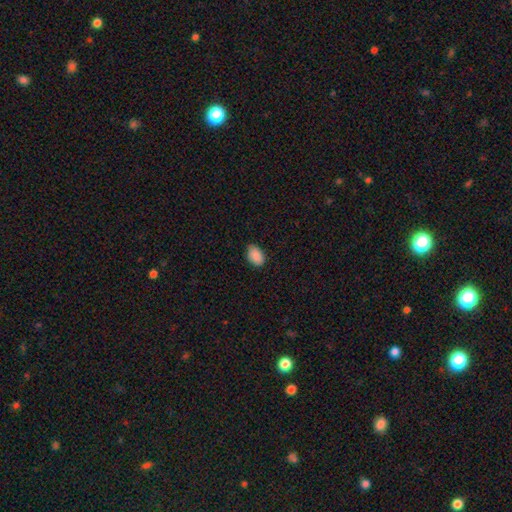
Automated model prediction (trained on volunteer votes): smooth-or-featured: smooth: 89% | star or artifact: 7% | featured or disk: 4%
  how-rounded: in between: 86% | round: 13% | cigar-shaped: 1%
  merging: none: 79% | minor disturbance: 17% | major disturbance: 3% | merger: 1%